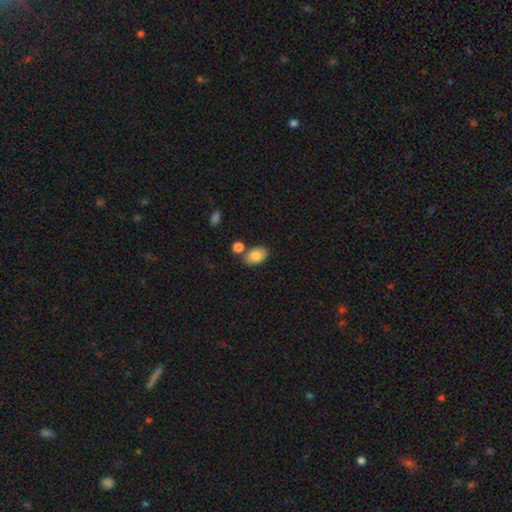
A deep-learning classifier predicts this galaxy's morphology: type=smooth (81%); roundness=in between (87%); merging=none (70%).